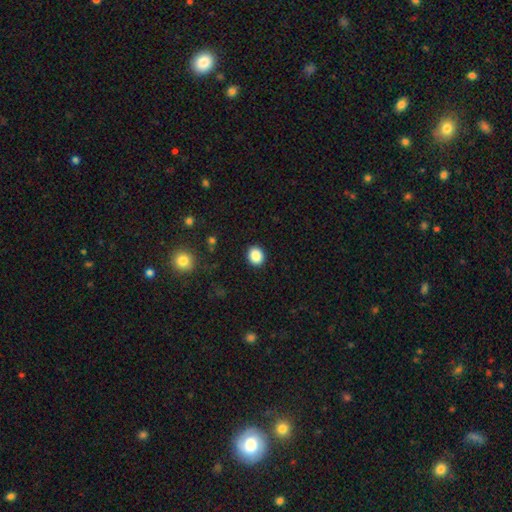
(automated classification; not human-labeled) Smooth or featured: smooth — 88% (star or artifact — 9%)
How rounded: round — 65% (in between — 34%)
Merging: none — 91% (minor disturbance — 6%)